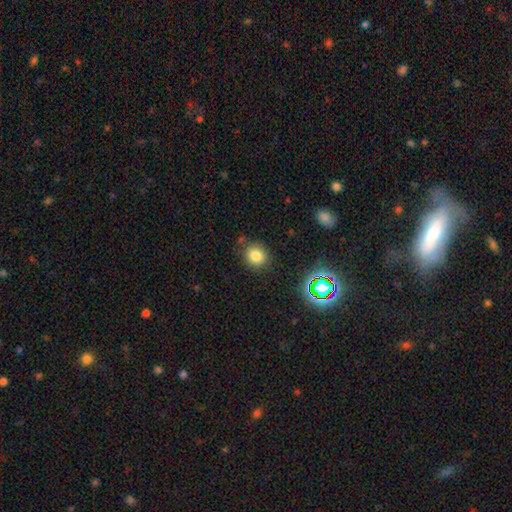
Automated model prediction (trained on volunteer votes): Smooth or featured: smooth — 80% (star or artifact — 14%)
How rounded: round — 79% (in between — 20%)
Merging: none — 82% (minor disturbance — 11%)